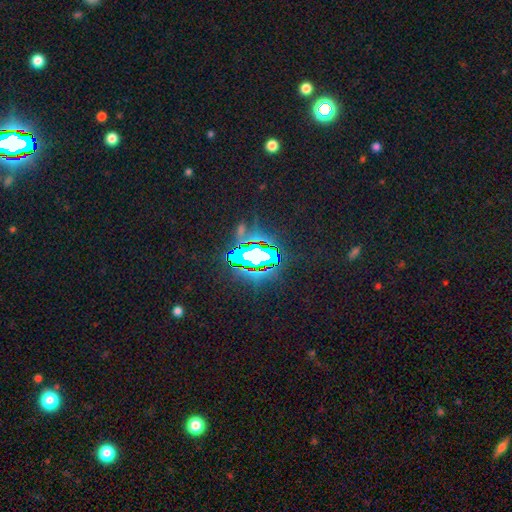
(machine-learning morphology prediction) type=star or artifact (74%).